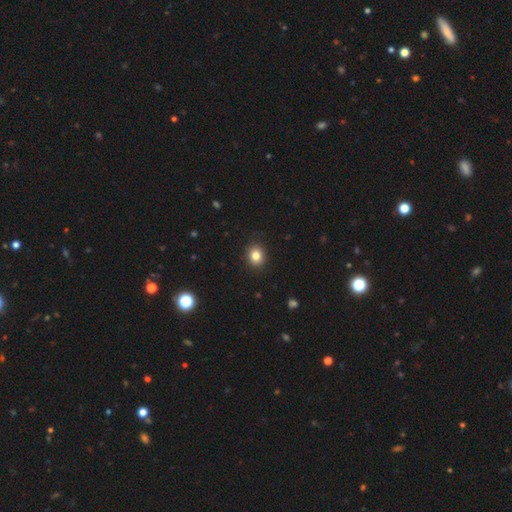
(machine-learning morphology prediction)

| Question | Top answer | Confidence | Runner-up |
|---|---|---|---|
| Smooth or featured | smooth | 82% | star or artifact (11%) |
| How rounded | round | 68% | in between (31%) |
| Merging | none | 89% | minor disturbance (8%) |